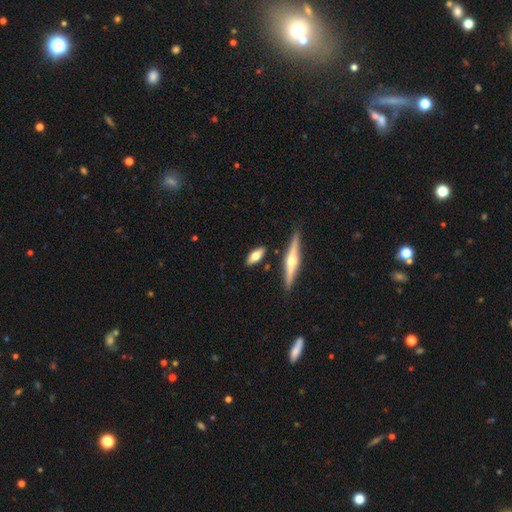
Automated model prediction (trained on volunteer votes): A smooth galaxy with no disk features (63%) that is in between round and cigar-shaped (66%). Merging: none (82%).